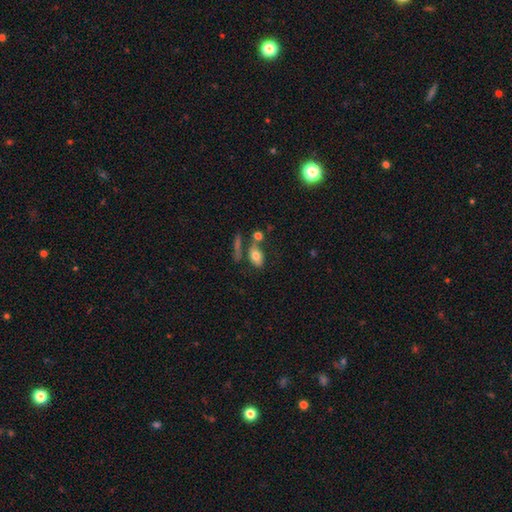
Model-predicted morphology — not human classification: Overall: smooth (70%). How rounded: in between (80%). Merging: none (43%; merger 25%).